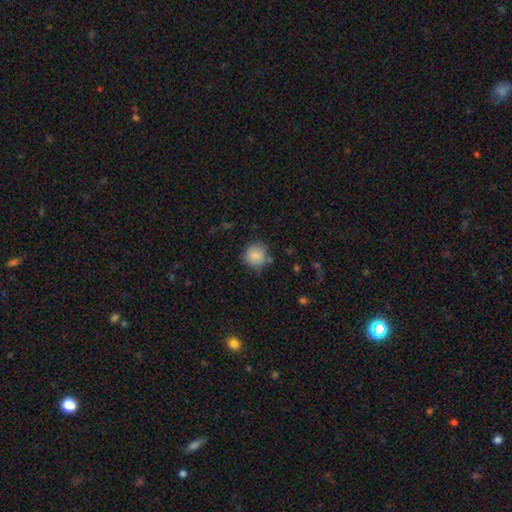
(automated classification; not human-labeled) Smooth or featured? Predicted: smooth (p=0.85). How rounded? Predicted: round (p=0.90). Merging? Predicted: none (p=0.75).